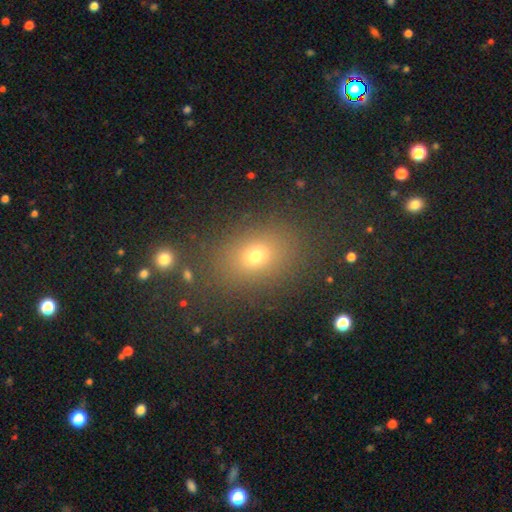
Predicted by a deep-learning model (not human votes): A smooth galaxy with no disk features (66%) that is in between round and cigar-shaped (63%).

Vote fractions:
- Smooth or featured? smooth: 66% / star or artifact: 23% / featured or disk: 11%
- How rounded? in between: 63% / round: 35% / cigar-shaped: 2%
- Merging? none: 83% / minor disturbance: 10% / major disturbance: 5% / merger: 3%